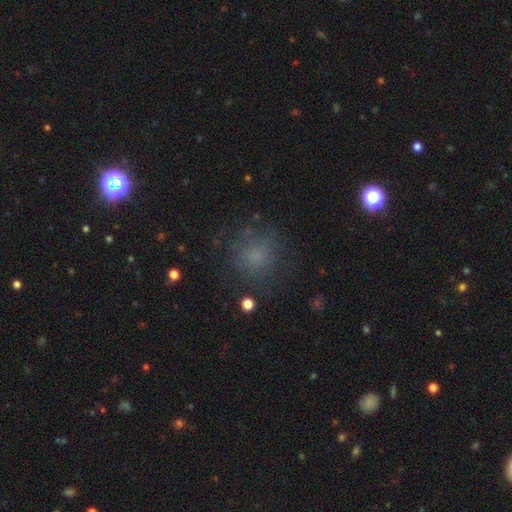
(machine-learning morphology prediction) This is likely a smooth galaxy (68%). How rounded: clearly round (85%). Merging: likely none (74%).